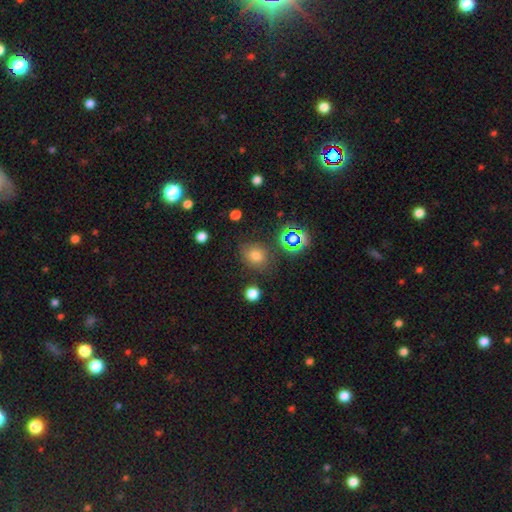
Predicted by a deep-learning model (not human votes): Q: Smooth or featured?
A: smooth (73%); runner-up: star or artifact (19%)
Q: How rounded?
A: round (58%); runner-up: in between (40%)
Q: Merging?
A: none (76%); runner-up: minor disturbance (15%)